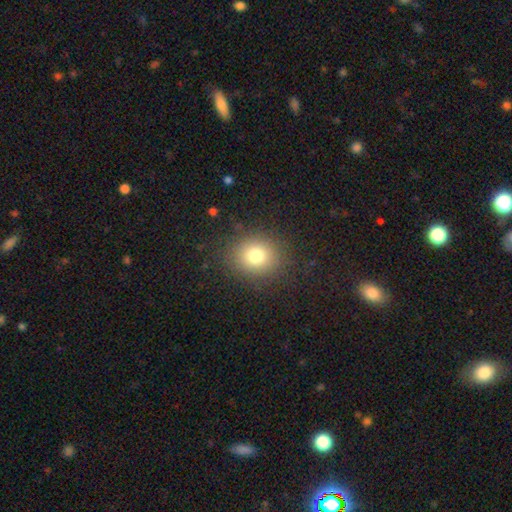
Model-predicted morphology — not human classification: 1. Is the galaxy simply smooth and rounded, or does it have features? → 77% smooth, 14% star or artifact, 9% featured or disk.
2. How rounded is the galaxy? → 75% round, 24% in between, 1% cigar-shaped.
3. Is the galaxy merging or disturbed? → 87% none, 8% minor disturbance, 4% major disturbance, 1% merger.